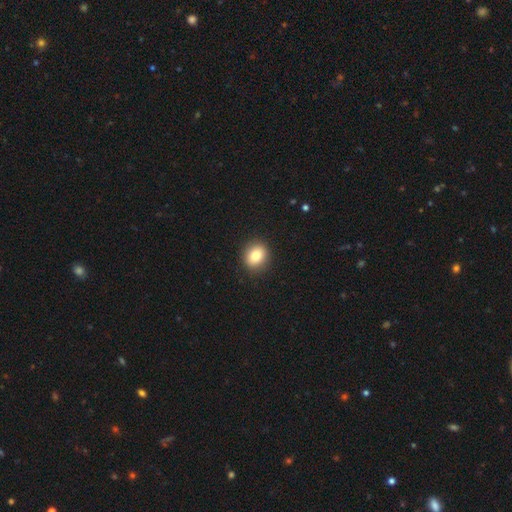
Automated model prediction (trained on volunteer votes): smooth-or-featured: smooth: 82% | star or artifact: 10% | featured or disk: 8%
  how-rounded: round: 66% | in between: 33% | cigar-shaped: 1%
  merging: none: 90% | minor disturbance: 7% | major disturbance: 2% | merger: 1%